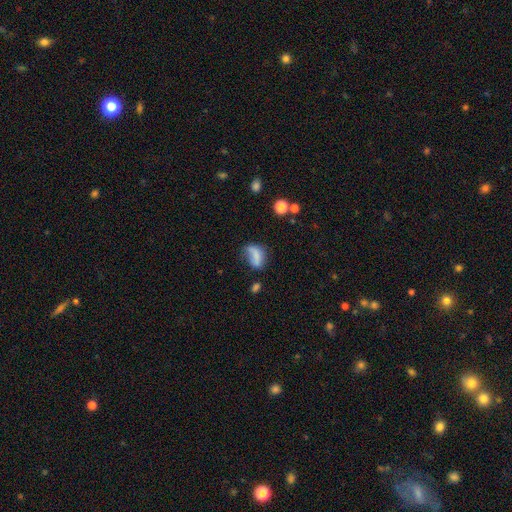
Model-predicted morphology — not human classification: Smooth or featured: smooth — 68% (featured or disk — 21%)
How rounded: in between — 82% (round — 12%)
Merging: none — 33% (minor disturbance — 29%)